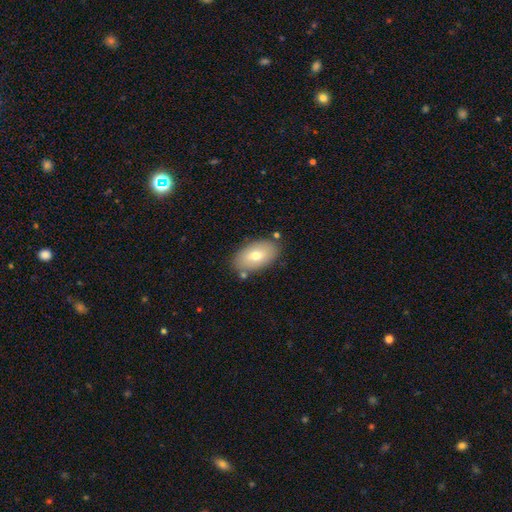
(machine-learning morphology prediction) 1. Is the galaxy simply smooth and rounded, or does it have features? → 71% smooth, 22% featured or disk, 7% star or artifact.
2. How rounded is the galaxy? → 93% in between, 5% round, 2% cigar-shaped.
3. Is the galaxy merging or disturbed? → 80% none, 13% minor disturbance, 4% merger, 3% major disturbance.